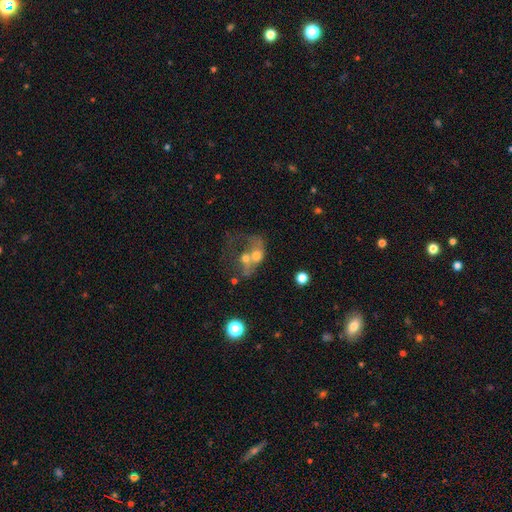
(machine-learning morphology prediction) Smooth or featured? Predicted: smooth (p=0.43, tied with featured or disk). Merging? Predicted: merger (p=0.65).